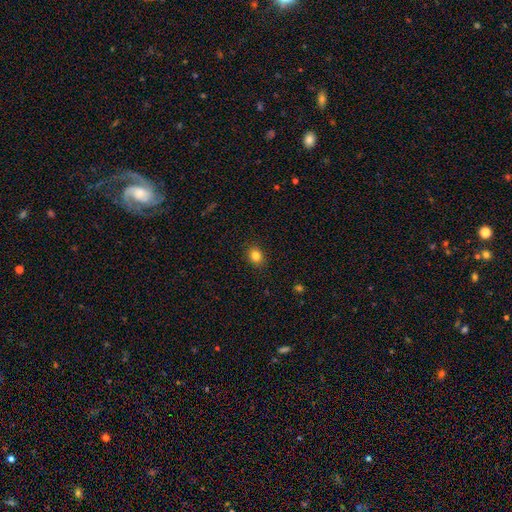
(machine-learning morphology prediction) Q: Smooth or featured?
A: smooth (83%); runner-up: star or artifact (11%)
Q: How rounded?
A: round (58%); runner-up: in between (41%)
Q: Merging?
A: none (89%); runner-up: minor disturbance (8%)